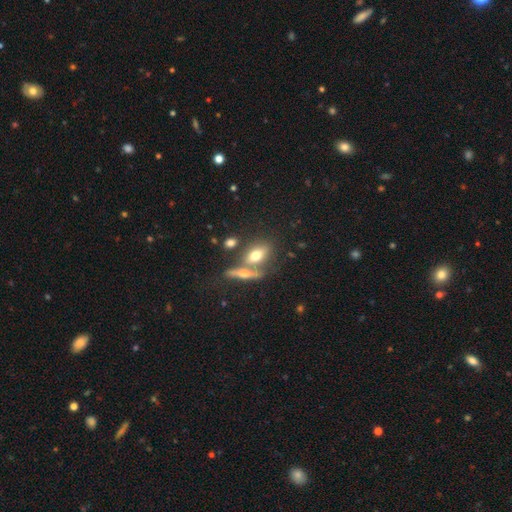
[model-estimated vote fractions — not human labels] A smooth galaxy with no disk features (63%) that is in between round and cigar-shaped (75%). Merging: none (47%).